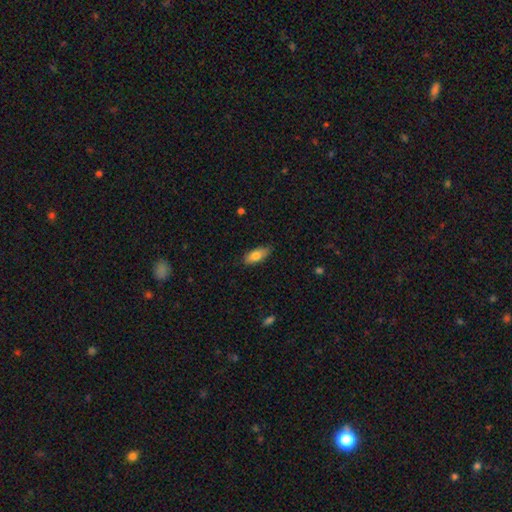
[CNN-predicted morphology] Smooth or featured? Predicted: smooth (p=0.79). How rounded? Predicted: in between (p=0.82). Merging? Predicted: none (p=0.83).